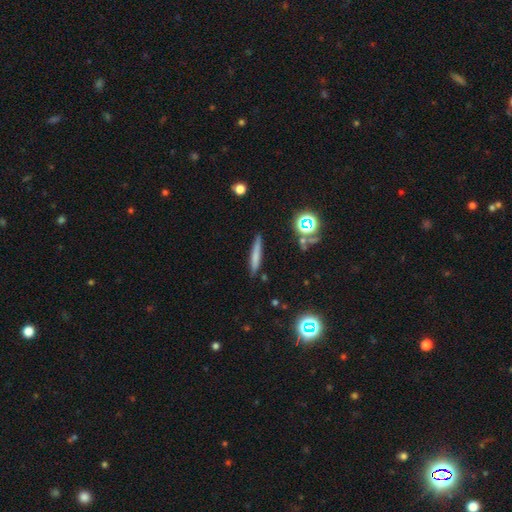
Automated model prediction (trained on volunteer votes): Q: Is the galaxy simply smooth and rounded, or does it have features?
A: smooth — 66%.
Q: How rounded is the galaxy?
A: cigar-shaped — 92%.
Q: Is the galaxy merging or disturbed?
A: none — 85%.